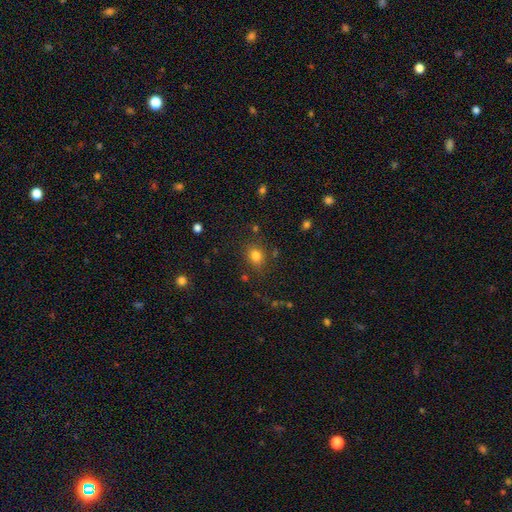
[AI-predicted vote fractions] A smooth galaxy with no disk features (80%) that is round (56%). Merging: none (78%).